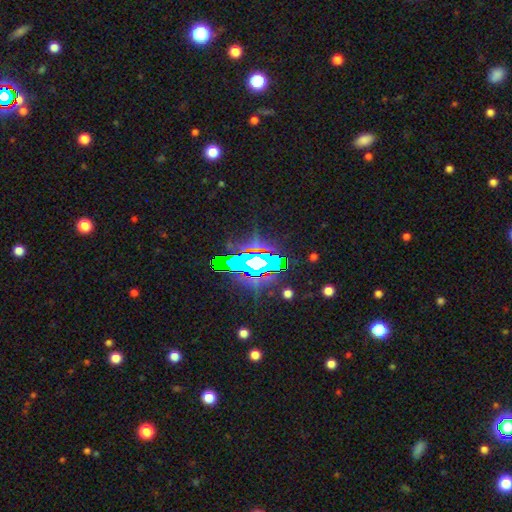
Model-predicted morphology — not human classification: type=star or artifact (81%).